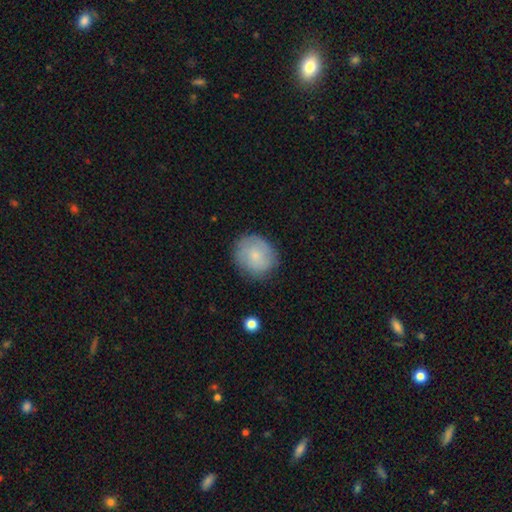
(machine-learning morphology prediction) Smooth or featured: smooth — 74% (featured or disk — 18%)
How rounded: round — 79% (in between — 20%)
Merging: none — 78% (minor disturbance — 16%)